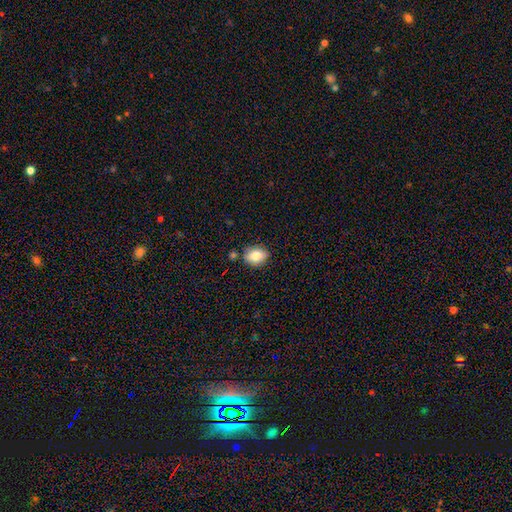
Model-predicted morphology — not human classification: The model was most divided on "how rounded": in between: 60%, round: 39%, cigar-shaped: 1%. More confident: smooth or featured — smooth (81%); merging — none (77%).